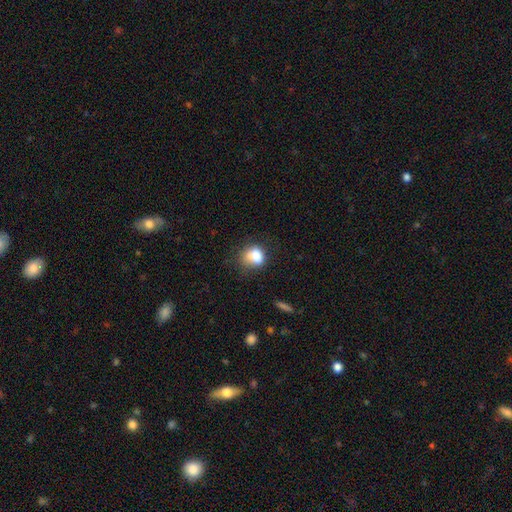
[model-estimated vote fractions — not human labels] A smooth galaxy with no disk features (77%) that is in between round and cigar-shaped (51%). Merging: none (42%).